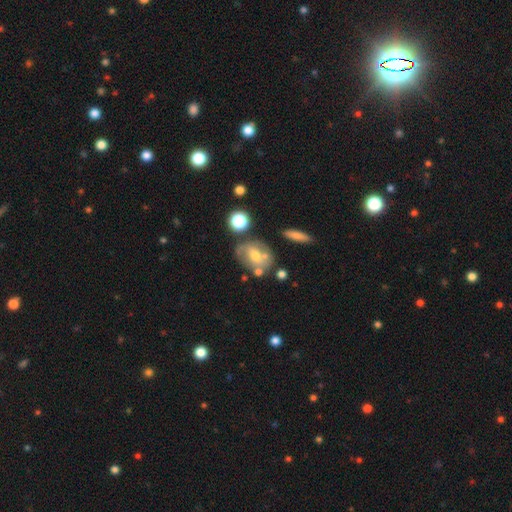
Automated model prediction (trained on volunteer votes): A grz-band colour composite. It shows a featured or disk galaxy (52%). Merging: none (53%).